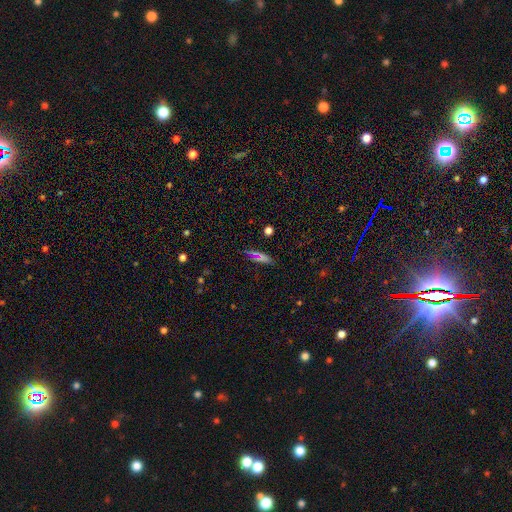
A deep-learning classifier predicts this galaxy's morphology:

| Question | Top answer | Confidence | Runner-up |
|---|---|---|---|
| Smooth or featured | smooth | 60% | star or artifact (24%) |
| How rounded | cigar-shaped | 58% | in between (35%) |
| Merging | none | 80% | minor disturbance (13%) |